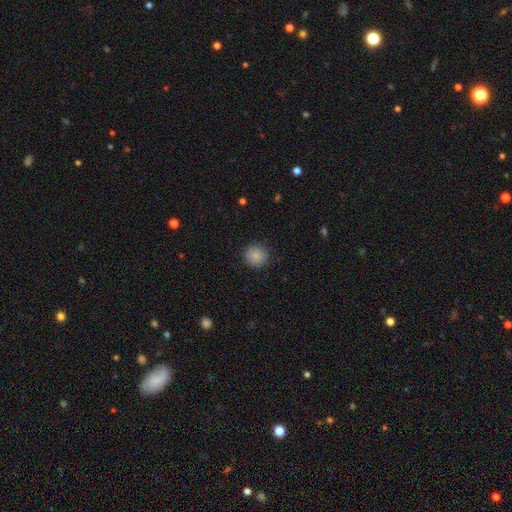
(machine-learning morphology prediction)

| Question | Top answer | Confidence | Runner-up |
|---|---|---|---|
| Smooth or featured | smooth | 85% | star or artifact (9%) |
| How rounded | round | 92% | in between (7%) |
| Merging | none | 88% | minor disturbance (9%) |